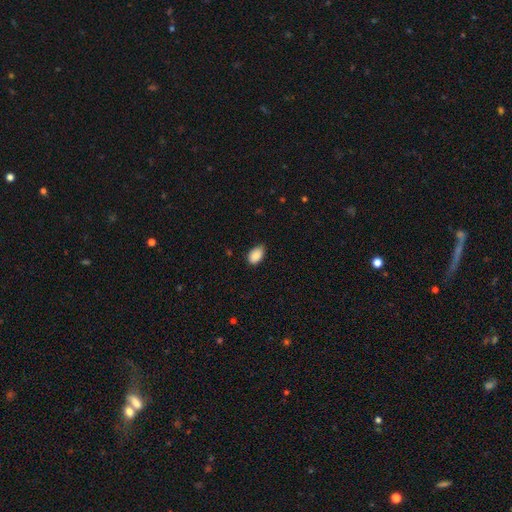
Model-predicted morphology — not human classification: A smooth galaxy with no disk features (89%) that is in between round and cigar-shaped (91%). Merging: none (72%).